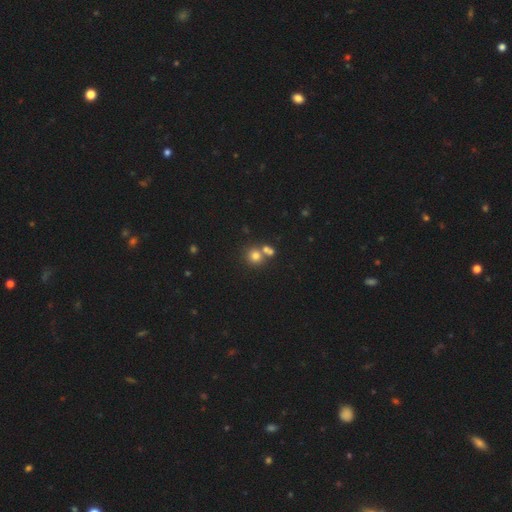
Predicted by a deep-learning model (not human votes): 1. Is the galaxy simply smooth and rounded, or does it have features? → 75% smooth, 15% star or artifact, 10% featured or disk.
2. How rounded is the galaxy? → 87% round, 12% in between, 1% cigar-shaped.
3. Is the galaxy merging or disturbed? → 55% none, 34% merger, 7% minor disturbance, 3% major disturbance.